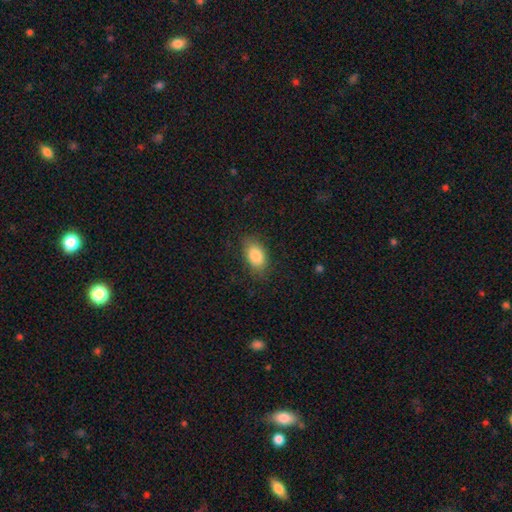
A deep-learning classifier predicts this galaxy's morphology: The model was most divided on "merging": none: 79%, minor disturbance: 15%, major disturbance: 5%, merger: 1%. More confident: how rounded — in between (90%); smooth or featured — smooth (86%).